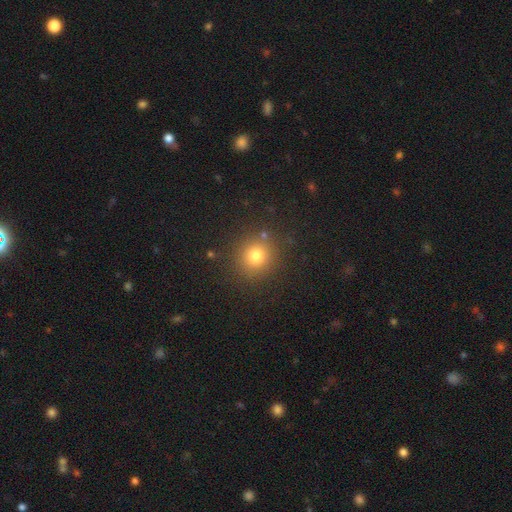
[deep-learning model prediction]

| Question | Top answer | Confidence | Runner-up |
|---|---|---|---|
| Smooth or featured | smooth | 76% | star or artifact (16%) |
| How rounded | round | 89% | in between (10%) |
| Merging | none | 87% | minor disturbance (7%) |